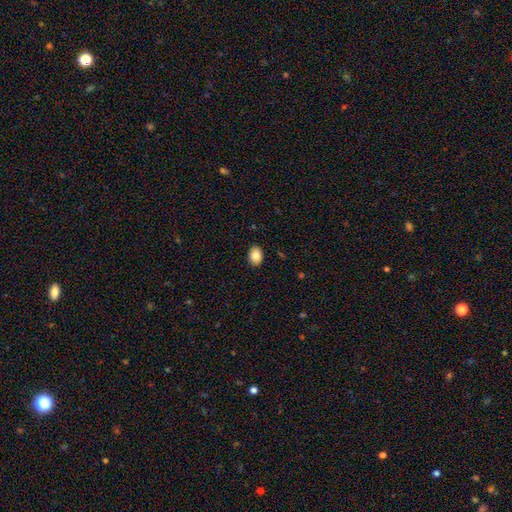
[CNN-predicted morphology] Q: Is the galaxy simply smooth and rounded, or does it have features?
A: smooth — 87%.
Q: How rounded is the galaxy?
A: in between — 72%.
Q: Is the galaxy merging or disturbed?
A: none — 89%.